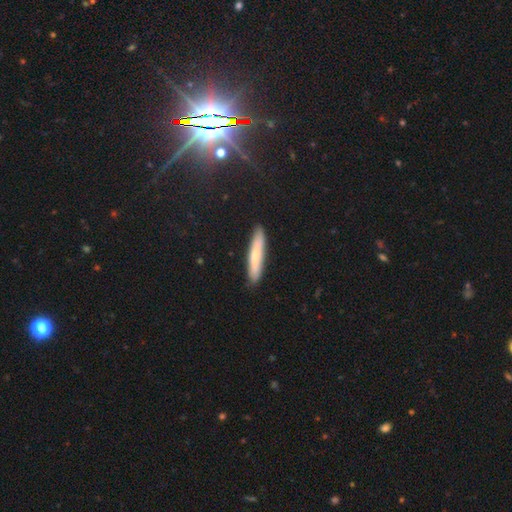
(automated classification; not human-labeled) smooth_or_featured: smooth (p=0.70) [alt: featured or disk p=0.24]
how_rounded: cigar-shaped (p=0.91) [alt: in between p=0.08]
merging: none (p=0.89) [alt: minor disturbance p=0.08]